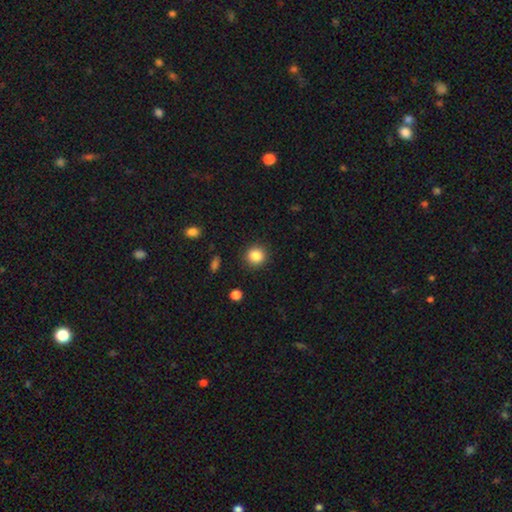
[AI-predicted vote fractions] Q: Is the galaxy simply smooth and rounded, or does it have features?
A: smooth — 85%.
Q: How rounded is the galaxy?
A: round — 91%.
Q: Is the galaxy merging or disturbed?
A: none — 90%.